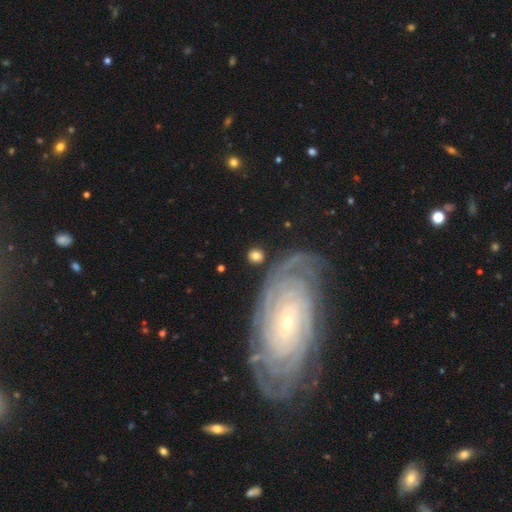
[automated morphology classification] smooth-or-featured: smooth: 71% | featured or disk: 21% | star or artifact: 8%
  how-rounded: round: 75% | in between: 23% | cigar-shaped: 2%
  merging: none: 81% | minor disturbance: 10% | major disturbance: 5% | merger: 5%